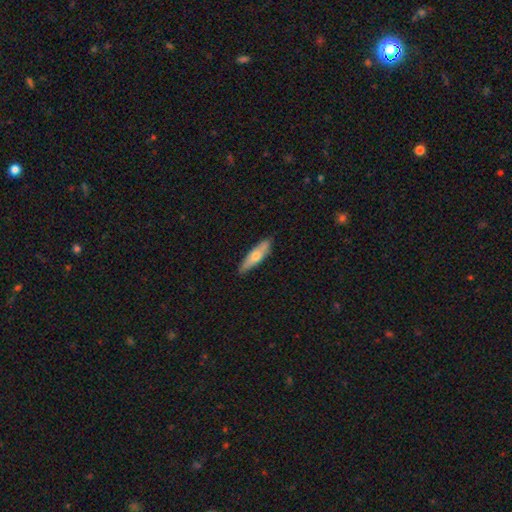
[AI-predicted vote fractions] smooth-or-featured: smooth: 61% | featured or disk: 33% | star or artifact: 6%
  how-rounded: cigar-shaped: 70% | in between: 28% | round: 2%
  merging: none: 86% | minor disturbance: 11% | major disturbance: 2% | merger: 1%